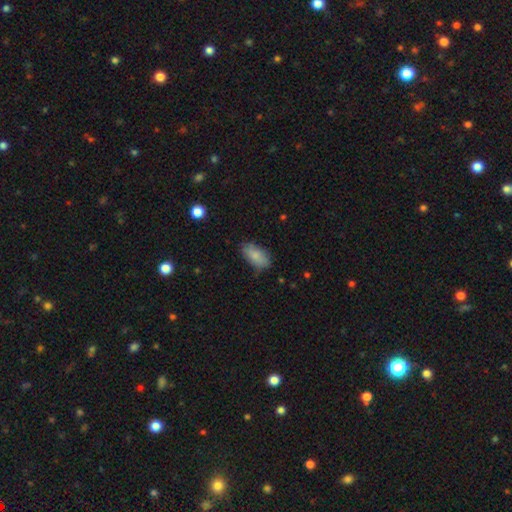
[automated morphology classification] Overall: smooth (83%). How rounded: in between (92%). Merging: none (75%).